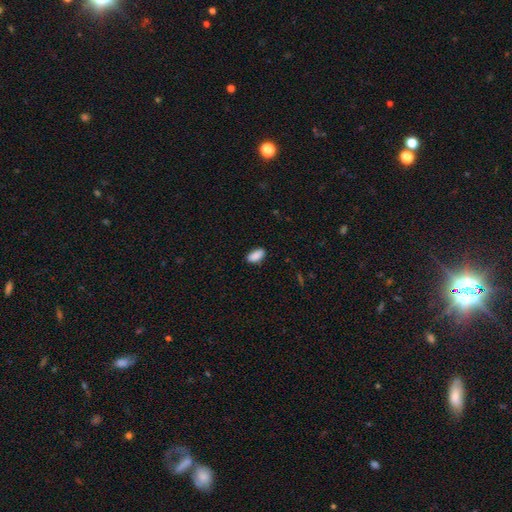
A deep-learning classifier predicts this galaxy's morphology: Q: Smooth or featured?
A: smooth (89%); runner-up: star or artifact (7%)
Q: How rounded?
A: in between (92%); runner-up: cigar-shaped (5%)
Q: Merging?
A: none (84%); runner-up: minor disturbance (13%)